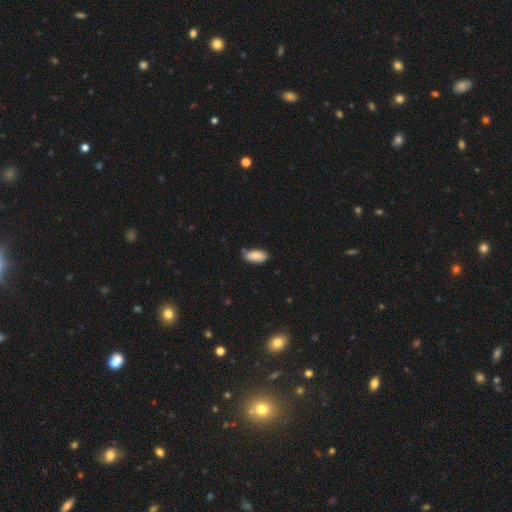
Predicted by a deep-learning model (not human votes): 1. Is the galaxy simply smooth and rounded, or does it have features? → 87% smooth, 7% star or artifact, 7% featured or disk.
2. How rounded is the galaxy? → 89% in between, 9% cigar-shaped, 2% round.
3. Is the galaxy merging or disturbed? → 65% none, 26% minor disturbance, 4% major disturbance, 4% merger.